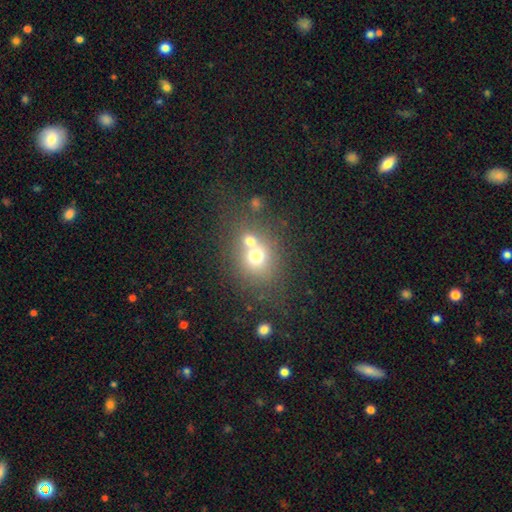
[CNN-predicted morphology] This appears to be a smooth galaxy with no disk features (66%) that is round (69%). Merging: merger (53%).